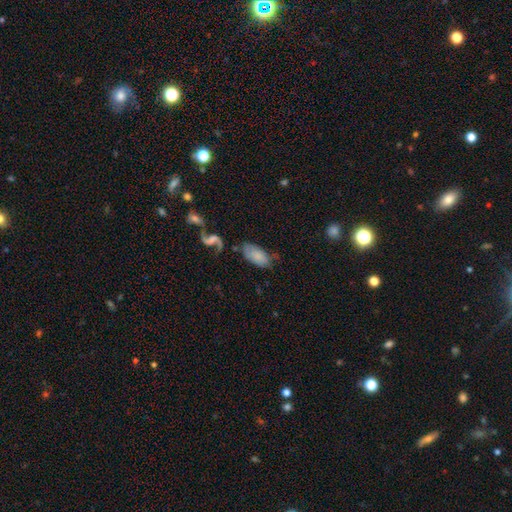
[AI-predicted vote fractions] smooth_or_featured: smooth (p=0.70) [alt: featured or disk p=0.23]
how_rounded: in between (p=0.92) [alt: cigar-shaped p=0.05]
merging: none (p=0.52) [alt: minor disturbance p=0.26]